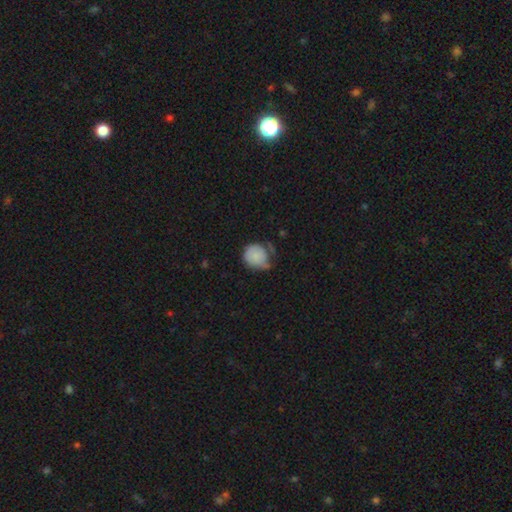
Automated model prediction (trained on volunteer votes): Morphology: type=smooth (74%); roundness=round (81%); merging=none (42%).